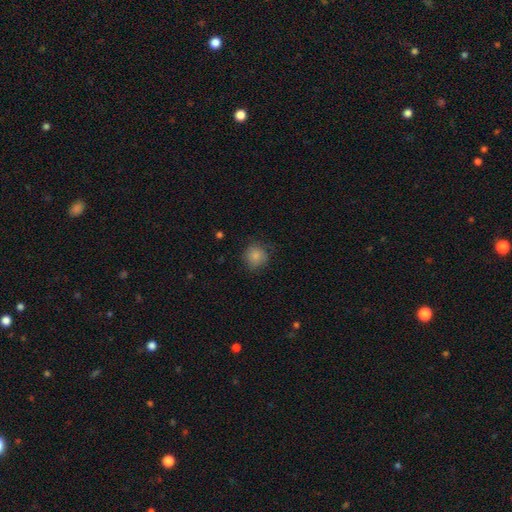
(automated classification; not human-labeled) The model was most divided on "merging": none: 76%, minor disturbance: 18%, major disturbance: 5%, merger: 1%. More confident: how rounded — round (88%); smooth or featured — smooth (83%).